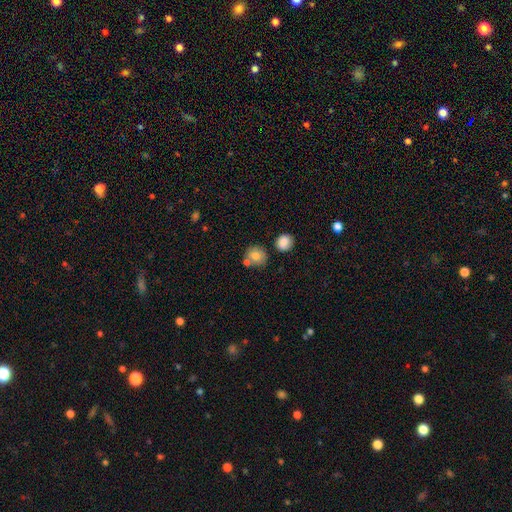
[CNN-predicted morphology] A smooth galaxy with no disk features (77%) that is round (79%). Merging: none (60%).